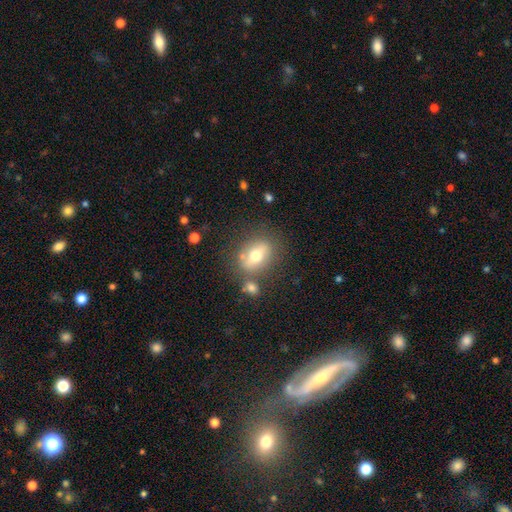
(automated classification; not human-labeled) smooth-or-featured: smooth: 56% | featured or disk: 35% | star or artifact: 9%
  how-rounded: in between: 69% | round: 27% | cigar-shaped: 4%
  merging: none: 71% | minor disturbance: 13% | merger: 11% | major disturbance: 5%